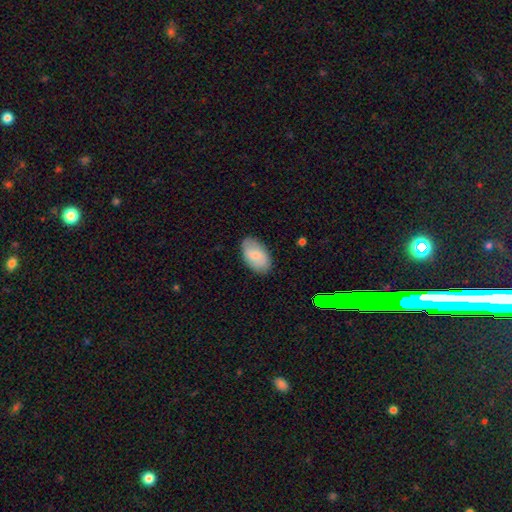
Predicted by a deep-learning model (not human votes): Morphology: type=smooth (74%); roundness=in between (94%); merging=none (82%).